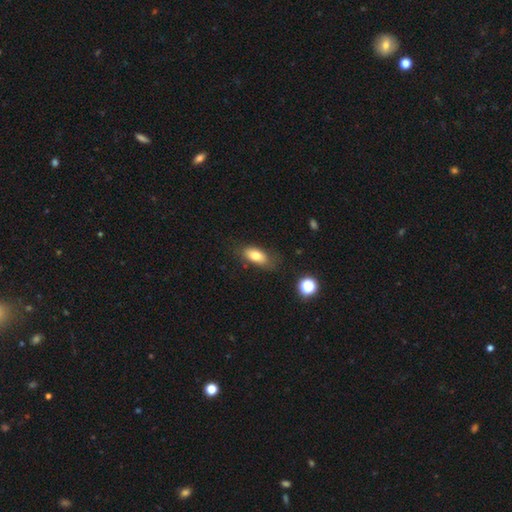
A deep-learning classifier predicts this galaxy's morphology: Smooth or featured: smooth — 78% (featured or disk — 13%)
How rounded: in between — 85% (cigar-shaped — 10%)
Merging: none — 73% (minor disturbance — 19%)